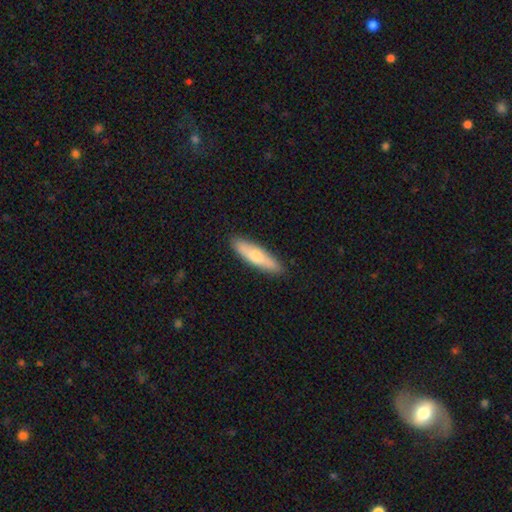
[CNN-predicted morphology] Q: Smooth or featured?
A: smooth (64%); runner-up: featured or disk (31%)
Q: How rounded?
A: cigar-shaped (75%); runner-up: in between (23%)
Q: Merging?
A: none (90%); runner-up: minor disturbance (8%)